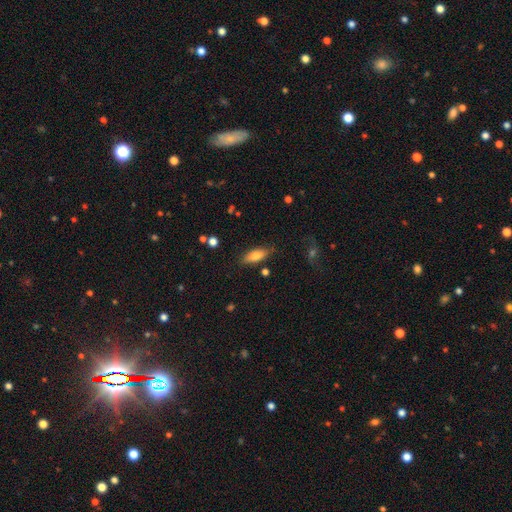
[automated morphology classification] Overall: smooth (78%). How rounded: in between (74%). Merging: none (81%).